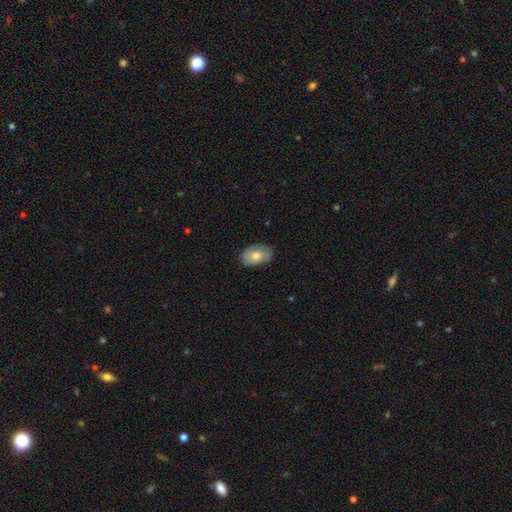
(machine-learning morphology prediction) smooth 59%, featured or disk 34%, star or artifact 7%. Down the decision tree: how rounded — in between (88%); merging — none (77%).